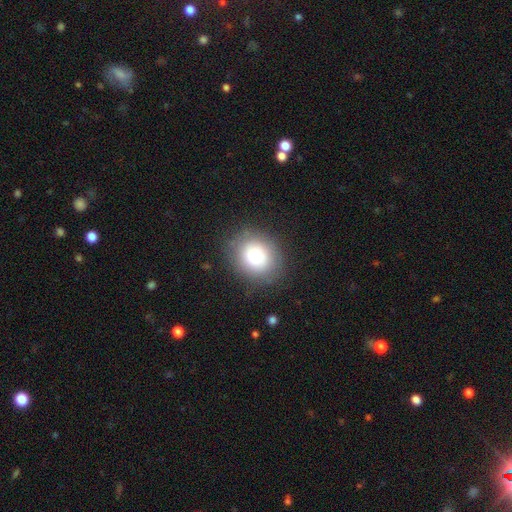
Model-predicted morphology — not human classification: The model was most divided on "how rounded": round: 70%, in between: 29%, cigar-shaped: 1%. More confident: merging — none (83%); smooth or featured — smooth (76%).